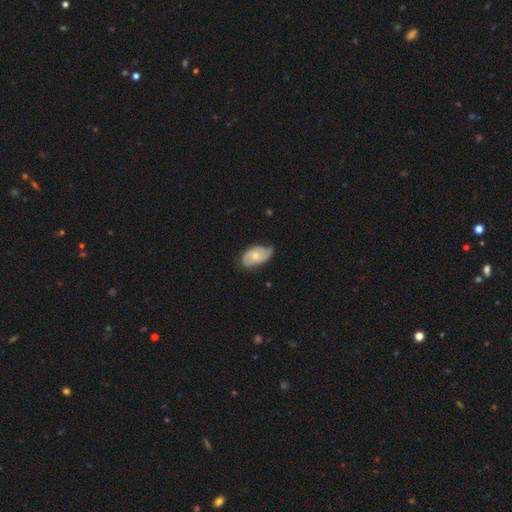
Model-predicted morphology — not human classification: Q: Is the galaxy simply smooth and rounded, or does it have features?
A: featured or disk — 59%.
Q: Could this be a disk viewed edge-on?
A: no — 95%.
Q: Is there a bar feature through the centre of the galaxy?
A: no — 71%.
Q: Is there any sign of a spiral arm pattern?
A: yes — 86%.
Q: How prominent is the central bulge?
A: moderate — 48%.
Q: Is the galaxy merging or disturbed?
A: none — 56%.